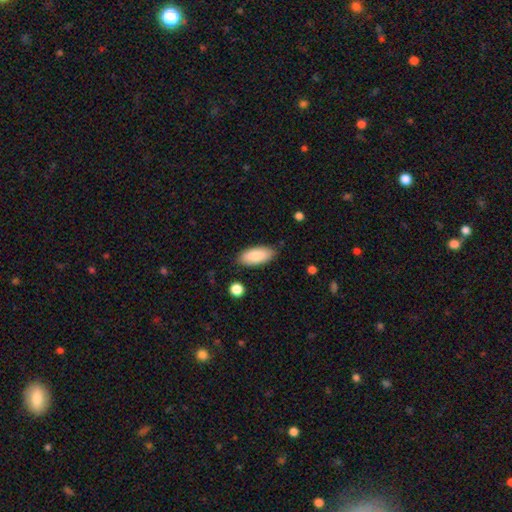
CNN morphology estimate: Smooth or featured? Predicted: smooth (p=0.86). How rounded? Predicted: in between (p=0.87). Merging? Predicted: none (p=0.84).